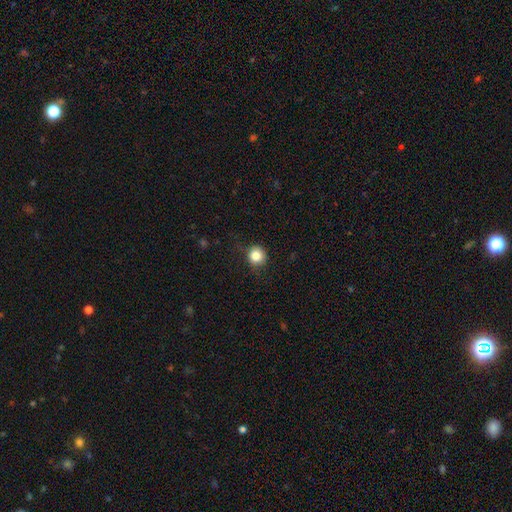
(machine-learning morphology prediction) smooth_or_featured: smooth (p=0.83) [alt: star or artifact p=0.11]
how_rounded: round (p=0.92) [alt: in between p=0.07]
merging: none (p=0.85) [alt: minor disturbance p=0.11]